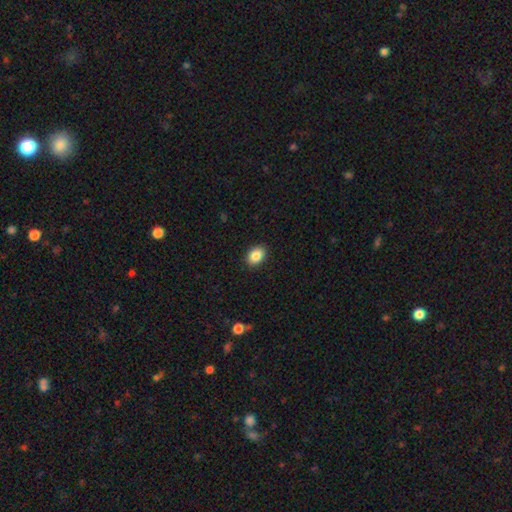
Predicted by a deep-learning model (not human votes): This is clearly a smooth galaxy (87%). How rounded: likely in between (71%). Merging: clearly none (89%).